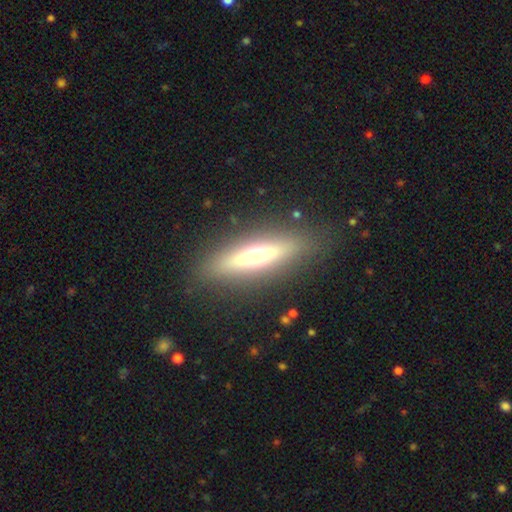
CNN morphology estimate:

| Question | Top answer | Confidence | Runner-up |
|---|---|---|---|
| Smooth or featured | featured or disk | 47% | smooth (43%) |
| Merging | none | 86% | minor disturbance (9%) |